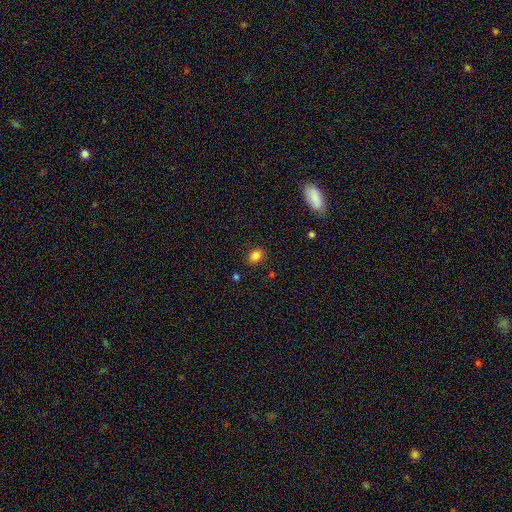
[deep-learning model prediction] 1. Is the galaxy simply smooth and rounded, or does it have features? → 83% smooth, 12% star or artifact, 5% featured or disk.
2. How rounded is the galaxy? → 62% in between, 37% round, 1% cigar-shaped.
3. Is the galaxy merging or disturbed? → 85% none, 10% minor disturbance, 3% major disturbance, 2% merger.